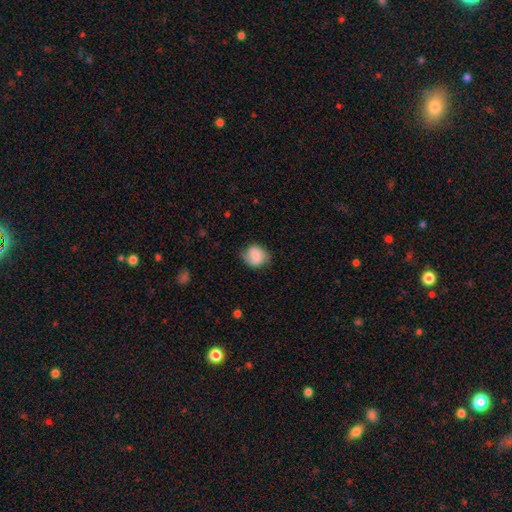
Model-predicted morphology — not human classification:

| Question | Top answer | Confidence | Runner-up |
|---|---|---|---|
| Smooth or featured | smooth | 61% | featured or disk (32%) |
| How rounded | round | 64% | in between (35%) |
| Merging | none | 64% | minor disturbance (26%) |